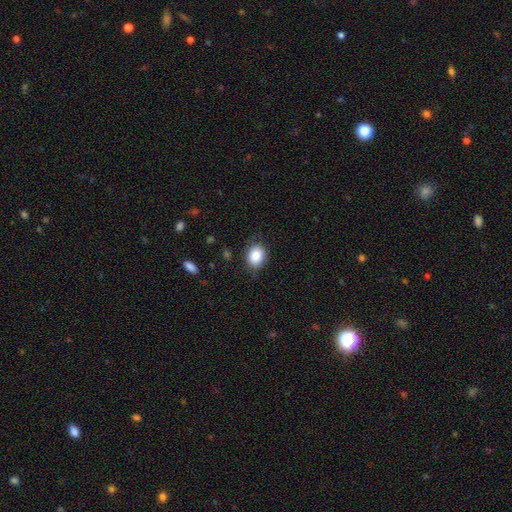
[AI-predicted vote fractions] This is clearly a smooth galaxy (86%). How rounded: possibly in between (56%). Merging: likely none (79%).